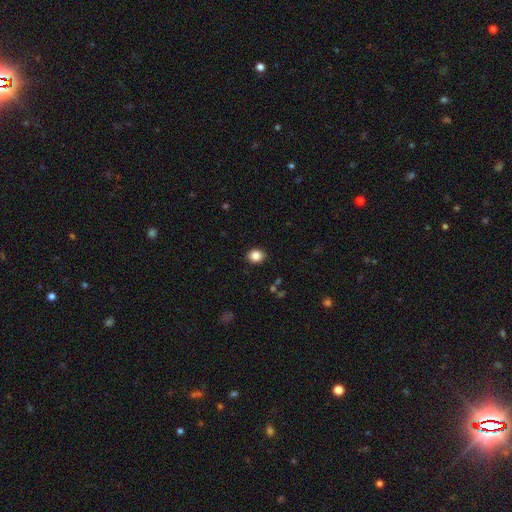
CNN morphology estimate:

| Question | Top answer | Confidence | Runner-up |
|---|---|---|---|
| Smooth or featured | smooth | 86% | star or artifact (9%) |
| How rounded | round | 61% | in between (38%) |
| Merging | none | 89% | minor disturbance (7%) |